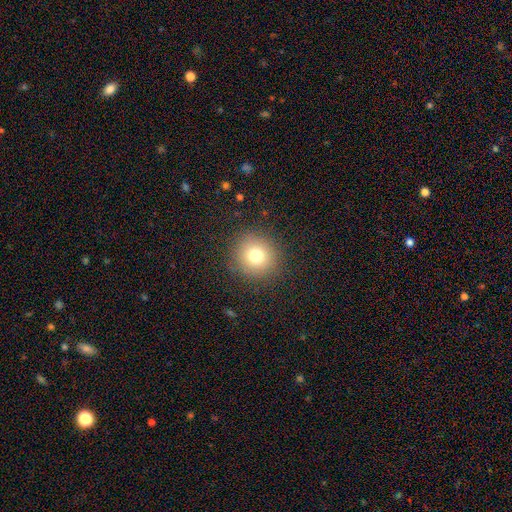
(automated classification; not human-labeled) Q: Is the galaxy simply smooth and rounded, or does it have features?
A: smooth — 75%.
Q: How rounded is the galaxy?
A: round — 93%.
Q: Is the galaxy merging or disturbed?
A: none — 89%.